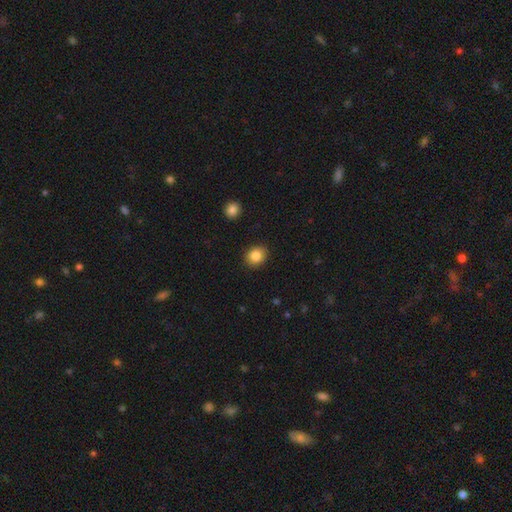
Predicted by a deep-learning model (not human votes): A smooth galaxy with no disk features (85%) that is round (70%). Merging: none (89%).